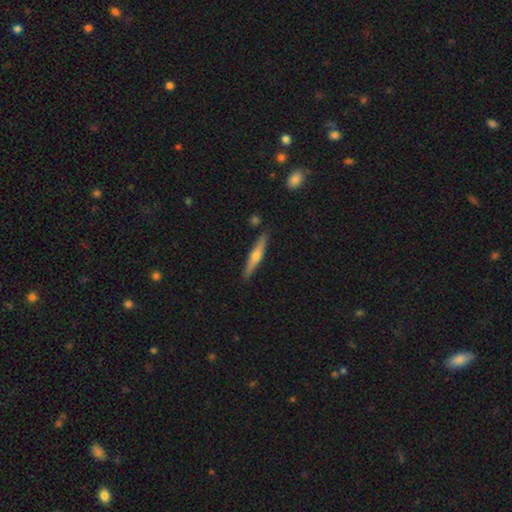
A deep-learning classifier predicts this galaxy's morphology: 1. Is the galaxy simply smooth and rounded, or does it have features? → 57% featured or disk, 38% smooth, 6% star or artifact.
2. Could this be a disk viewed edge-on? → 96% yes, 4% no.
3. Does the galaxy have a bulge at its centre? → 88% rounded, 9% none, 3% boxy.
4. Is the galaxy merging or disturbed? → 88% none, 8% minor disturbance, 2% merger, 2% major disturbance.